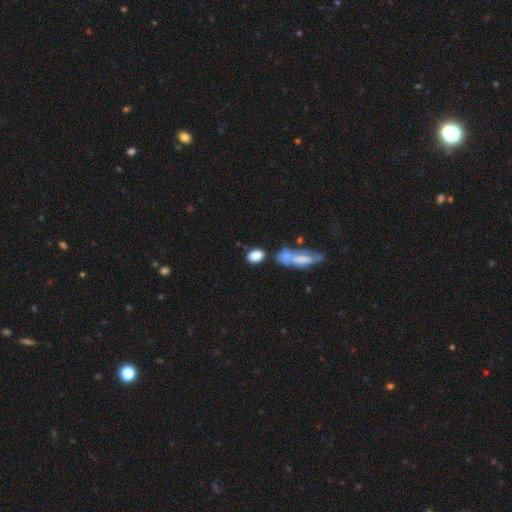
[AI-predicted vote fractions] Overall: smooth (83%). How rounded: in between (81%). Merging: none (60%).